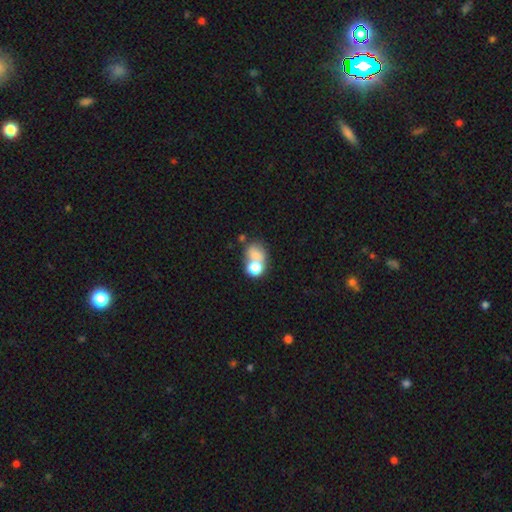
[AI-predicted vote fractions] Overall: smooth (66%). How rounded: round (50%; in between 49%). Merging: merger (48%; none 31%).